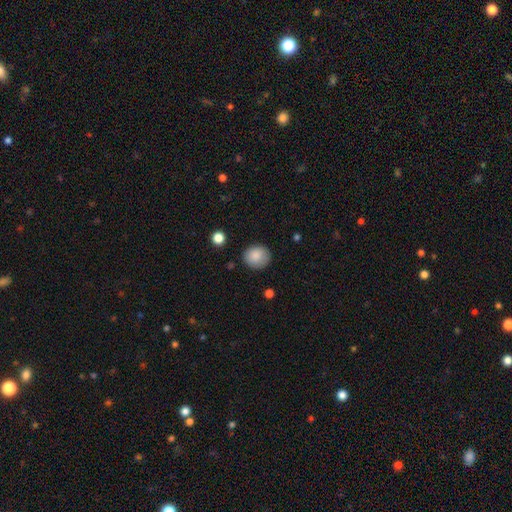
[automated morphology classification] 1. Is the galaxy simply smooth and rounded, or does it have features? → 87% smooth, 8% star or artifact, 5% featured or disk.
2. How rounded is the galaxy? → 76% round, 23% in between, 1% cigar-shaped.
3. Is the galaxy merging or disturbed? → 84% none, 12% minor disturbance, 3% major disturbance, 1% merger.